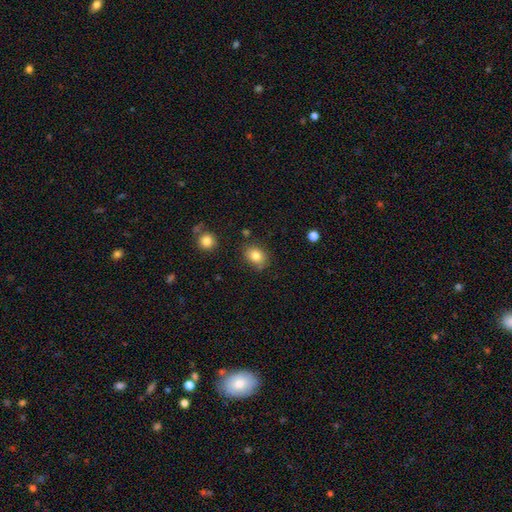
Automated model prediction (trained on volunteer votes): A smooth galaxy with no disk features (82%) that is in between round and cigar-shaped (51%).

Vote fractions:
- Smooth or featured? smooth: 82% / star or artifact: 10% / featured or disk: 7%
- How rounded? in between: 51% / round: 48% / cigar-shaped: 1%
- Merging? none: 79% / minor disturbance: 14% / merger: 4% / major disturbance: 3%